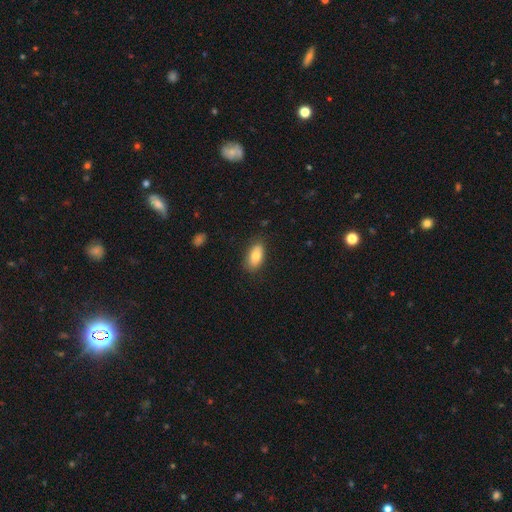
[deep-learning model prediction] The model was most divided on "merging": none: 78%, minor disturbance: 16%, major disturbance: 3%, merger: 2%. More confident: how rounded — in between (90%); smooth or featured — smooth (78%).